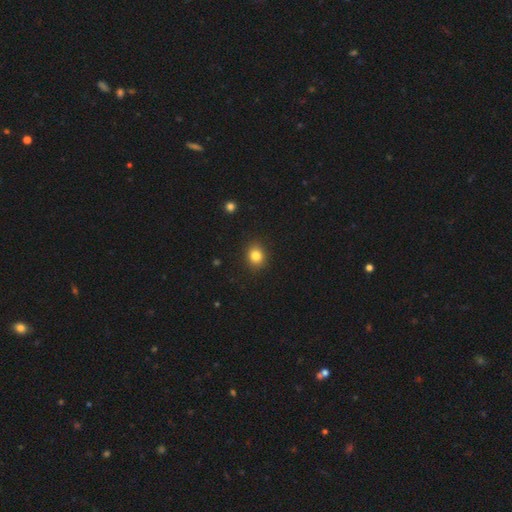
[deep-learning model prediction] Smooth or featured? smooth (83%)
How rounded? round (63%)
Merging? none (89%)